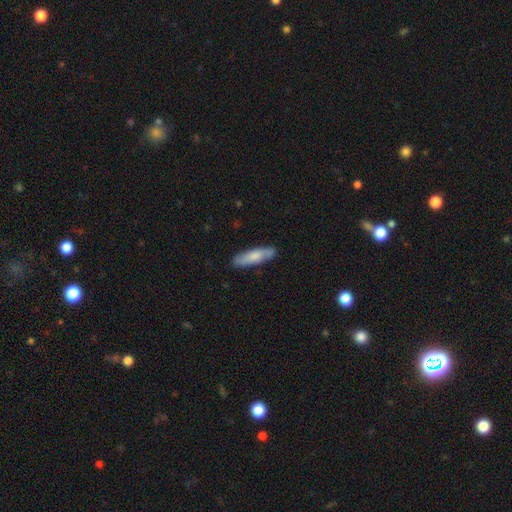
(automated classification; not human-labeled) A smooth galaxy with no disk features (68%) that is cigar-shaped (69%).

Vote fractions:
- Smooth or featured? smooth: 68% / featured or disk: 25% / star or artifact: 6%
- How rounded? cigar-shaped: 69% / in between: 30% / round: 2%
- Merging? none: 85% / minor disturbance: 12% / major disturbance: 2% / merger: 1%